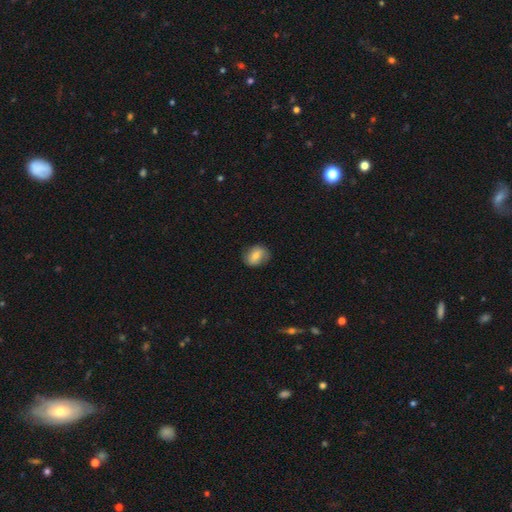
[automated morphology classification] Smooth or featured: smooth — 69% (featured or disk — 23%)
How rounded: in between — 57% (round — 41%)
Merging: none — 80% (minor disturbance — 16%)